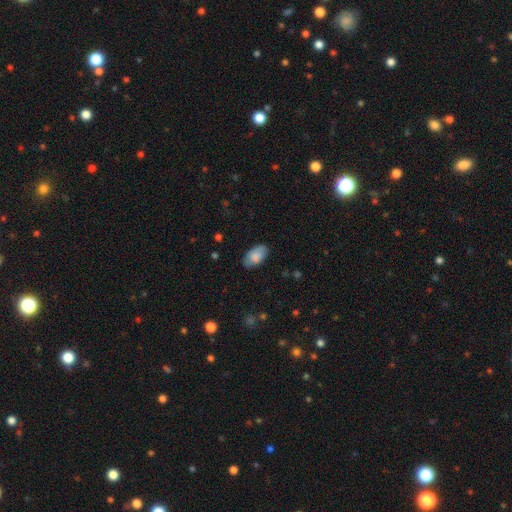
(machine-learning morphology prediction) Smooth or featured: smooth — 83% (featured or disk — 11%)
How rounded: in between — 95% (round — 4%)
Merging: none — 77% (minor disturbance — 18%)